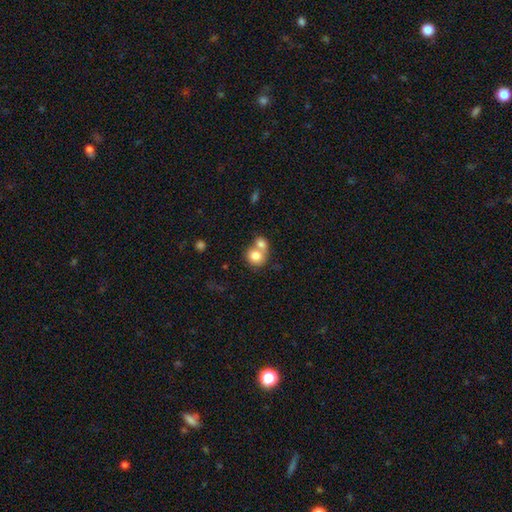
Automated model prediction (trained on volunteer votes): A smooth galaxy with no disk features (78%) that is round (72%). Merging: merger (63%).